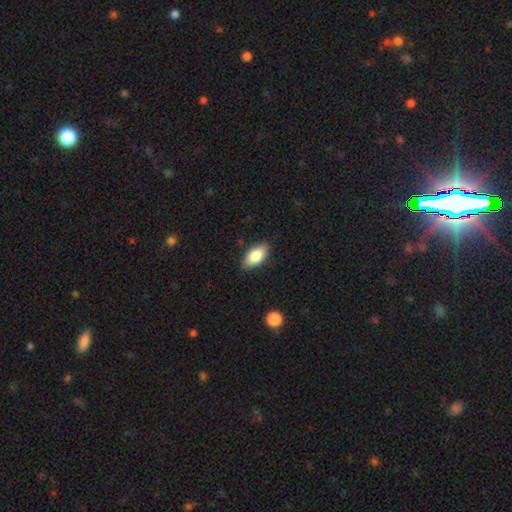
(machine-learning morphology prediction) Smooth or featured? Predicted: smooth (p=0.82). How rounded? Predicted: in between (p=0.91). Merging? Predicted: none (p=0.85).